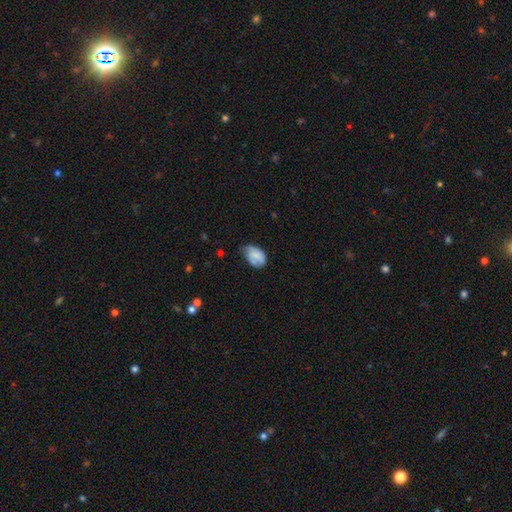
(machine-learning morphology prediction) smooth-or-featured: smooth: 72% | featured or disk: 20% | star or artifact: 8%
  how-rounded: in between: 86% | round: 13% | cigar-shaped: 1%
  merging: none: 43% (tied) | minor disturbance: 43% (tied) | major disturbance: 11% | merger: 3%